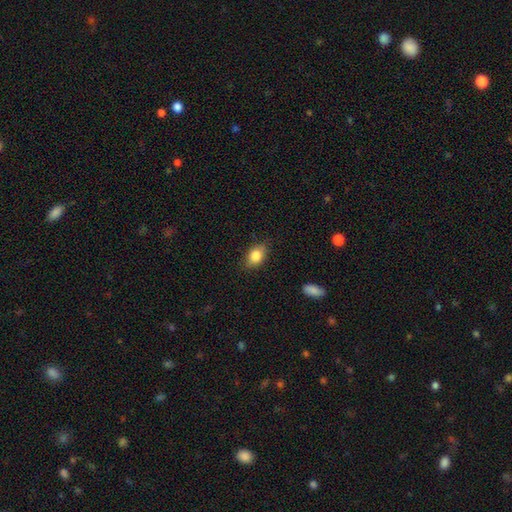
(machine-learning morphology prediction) A smooth galaxy with no disk features (81%) that is in between round and cigar-shaped (81%).

Vote fractions:
- Smooth or featured? smooth: 81% / featured or disk: 11% / star or artifact: 8%
- How rounded? in between: 81% / round: 16% / cigar-shaped: 3%
- Merging? none: 82% / minor disturbance: 14% / major disturbance: 3% / merger: 1%